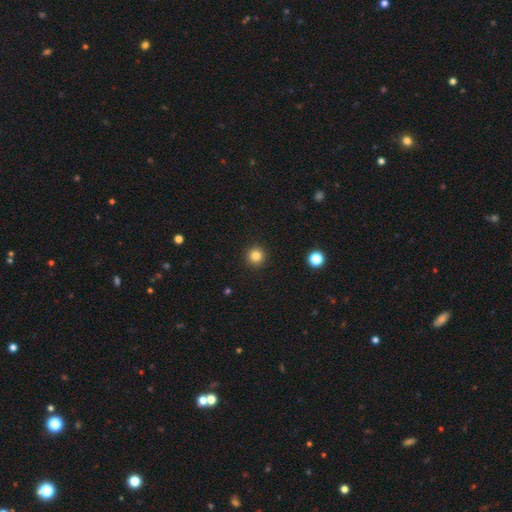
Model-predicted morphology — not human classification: Smooth or featured? Predicted: smooth (p=0.83). How rounded? Predicted: round (p=0.96). Merging? Predicted: none (p=0.93).